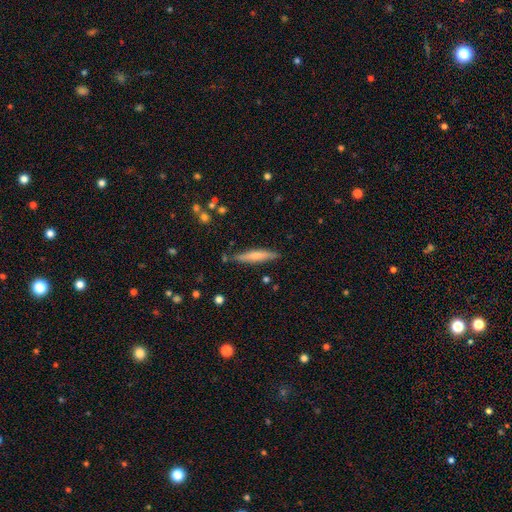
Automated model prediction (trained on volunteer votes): smooth 61%, featured or disk 33%, star or artifact 6%. Down the decision tree: how rounded — cigar-shaped (88%); merging — none (81%).